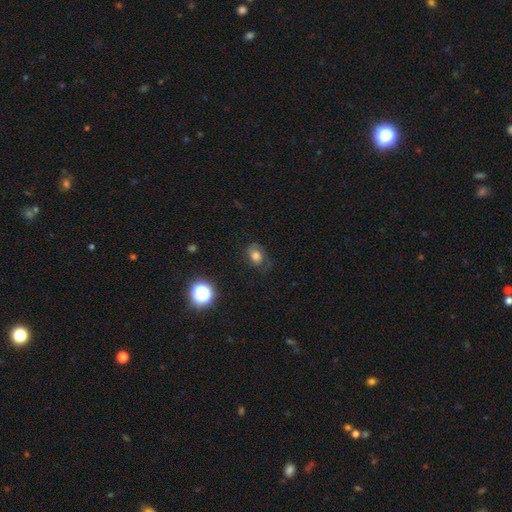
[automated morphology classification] Overall: smooth (53%; featured or disk 32%). How rounded: in between (58%; round 41%). Merging: none (58%; minor disturbance 24%).